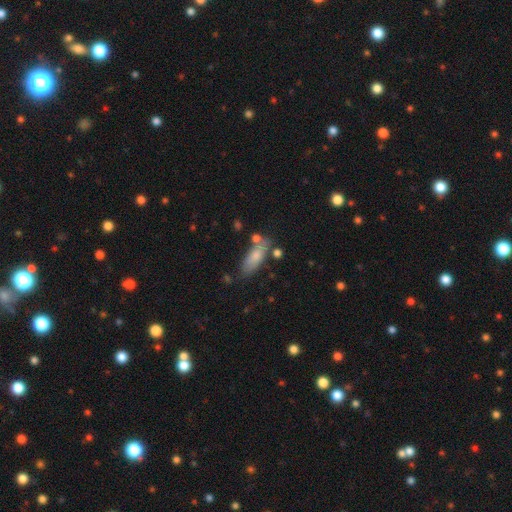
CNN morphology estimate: This is likely a smooth galaxy (75%). How rounded: likely in between (67%). Merging: likely none (62%).